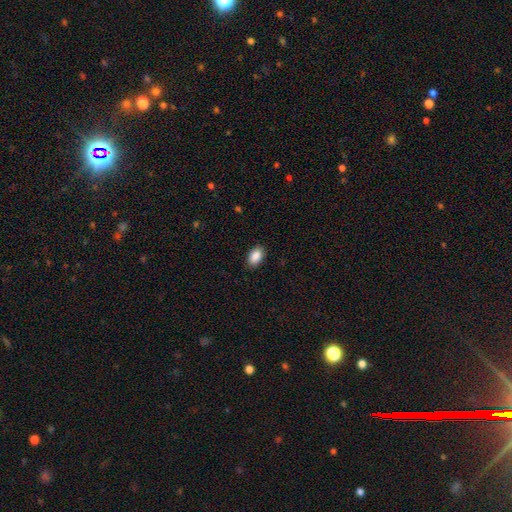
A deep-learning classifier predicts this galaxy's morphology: Smooth or featured: smooth — 89% (star or artifact — 7%)
How rounded: in between — 91% (round — 7%)
Merging: none — 88% (minor disturbance — 9%)